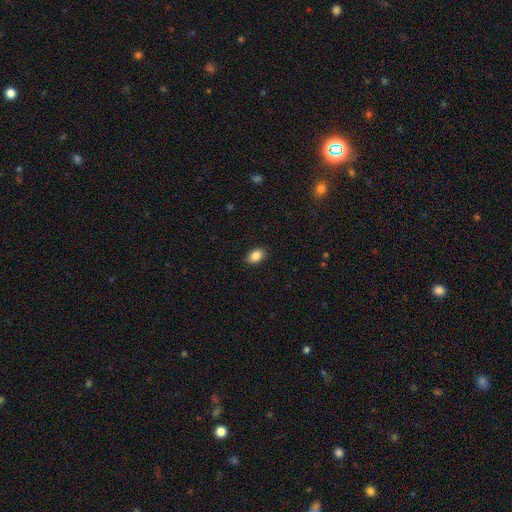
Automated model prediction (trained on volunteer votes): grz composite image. It shows a smooth galaxy with no disk features (88%) that is in between round and cigar-shaped (86%). Merging: none (88%).